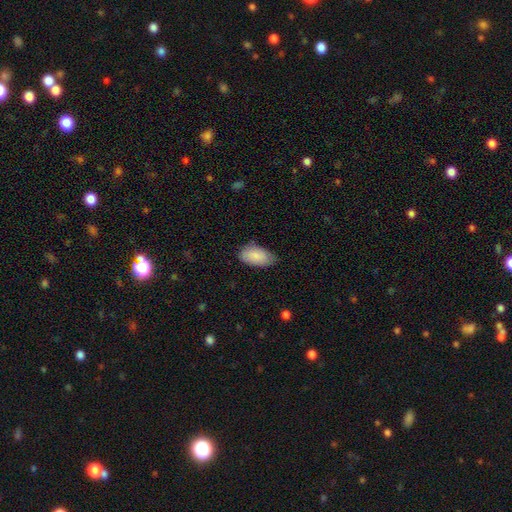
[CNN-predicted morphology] type=smooth (87%); roundness=in between (95%); merging=none (68%).